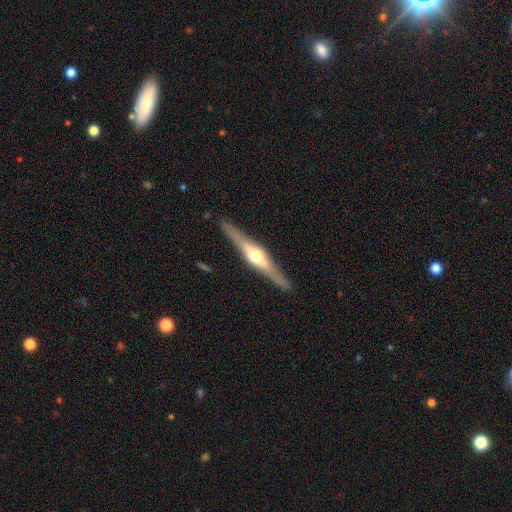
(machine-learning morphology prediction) Smooth or featured? featured or disk (76%)
Edge-on disk? yes (97%)
Edge-on bulge? rounded (90%)
Merging? none (90%)